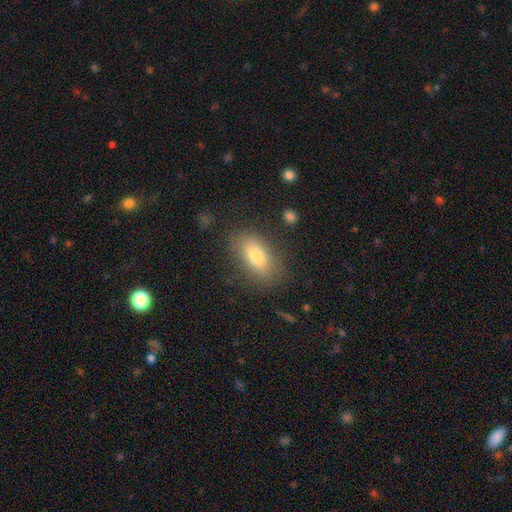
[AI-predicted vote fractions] This is likely a smooth galaxy (77%). How rounded: clearly in between (86%). Merging: likely none (80%).